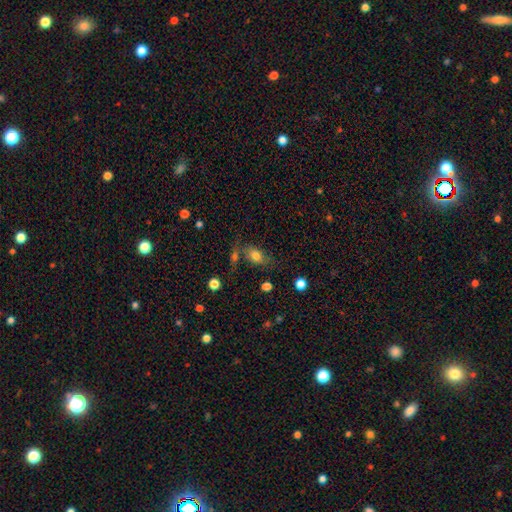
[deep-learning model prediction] Smooth or featured?
  - smooth: 76% *
  - featured or disk: 15%
  - star or artifact: 10%
How rounded?
  - in between: 83% *
  - round: 14%
  - cigar-shaped: 3%
Merging?
  - none: 58% *
  - minor disturbance: 17%
  - merger: 17%
  - major disturbance: 8%